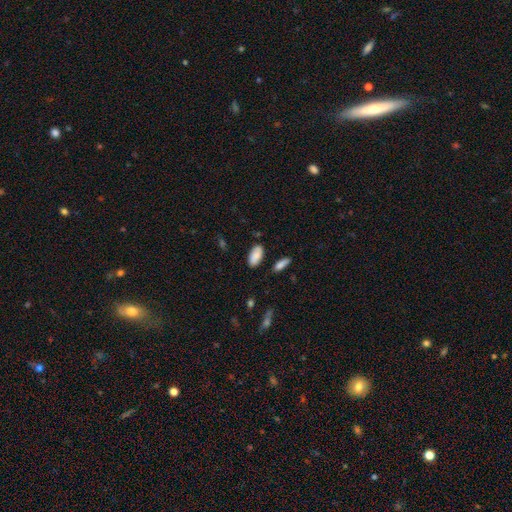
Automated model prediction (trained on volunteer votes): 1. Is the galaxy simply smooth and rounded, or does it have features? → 84% smooth, 9% featured or disk, 7% star or artifact.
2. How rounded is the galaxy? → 93% in between, 4% cigar-shaped, 2% round.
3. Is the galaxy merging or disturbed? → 81% none, 13% minor disturbance, 4% merger, 3% major disturbance.